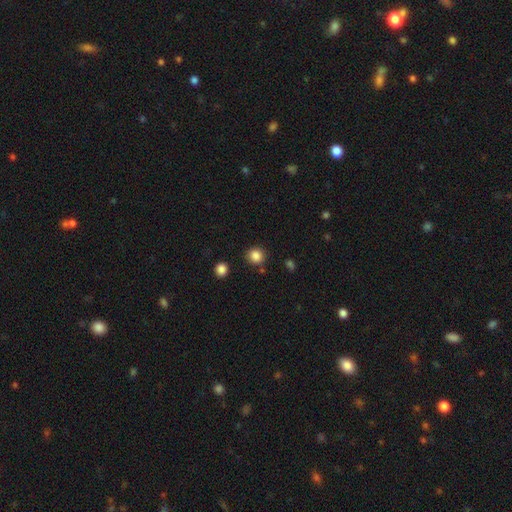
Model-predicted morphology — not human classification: smooth_or_featured: smooth (p=0.86) [alt: star or artifact p=0.11]
how_rounded: round (p=0.87) [alt: in between p=0.12]
merging: none (p=0.86) [alt: minor disturbance p=0.08]